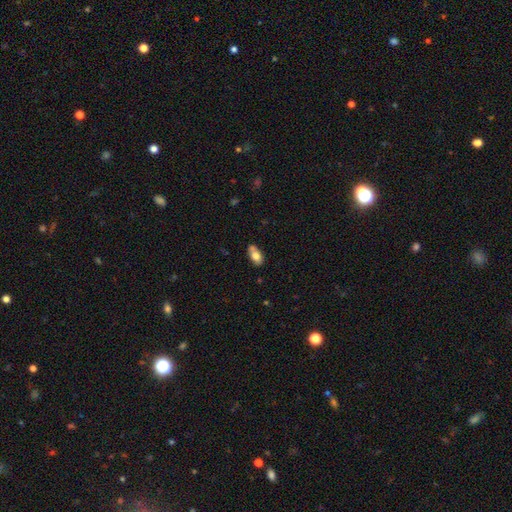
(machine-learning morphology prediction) A smooth galaxy with no disk features (74%) that is in between round and cigar-shaped (91%). Merging: none (66%).